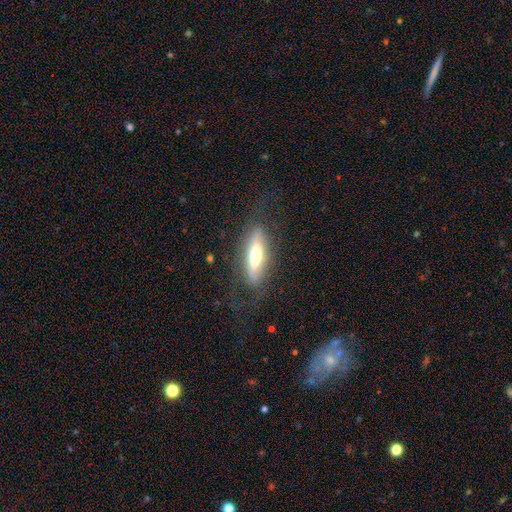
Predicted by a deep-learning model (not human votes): This is possibly a smooth galaxy (55%). How rounded: possibly in between (49%). Merging: likely none (74%).